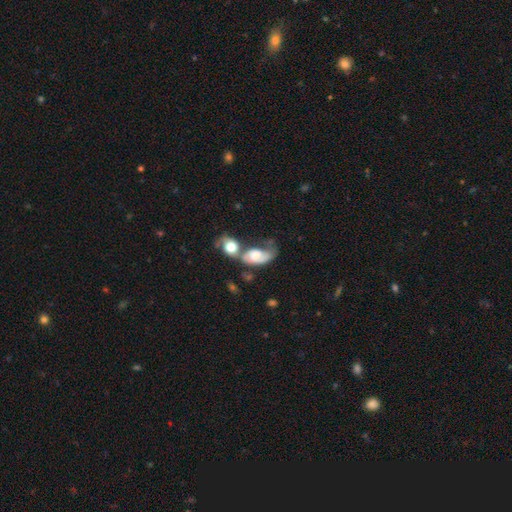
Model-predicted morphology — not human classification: The model was most divided on "smooth or featured": smooth: 48%, featured or disk: 44%, star or artifact: 8%. More confident: merging — merger (54%).